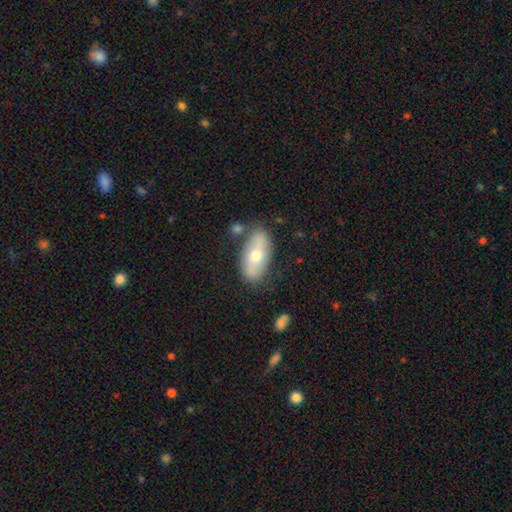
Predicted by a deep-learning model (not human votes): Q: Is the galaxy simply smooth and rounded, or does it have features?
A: smooth — 54%.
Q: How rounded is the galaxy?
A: in between — 89%.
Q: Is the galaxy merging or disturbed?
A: none — 75%.